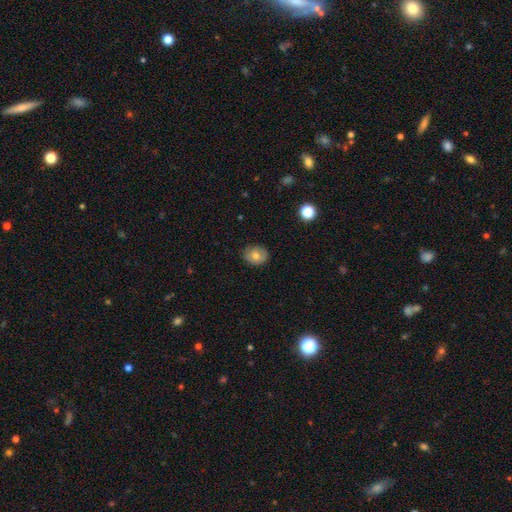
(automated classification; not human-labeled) smooth 72%, featured or disk 19%, star or artifact 9%. Down the decision tree: how rounded — round (62%); merging — none (82%).